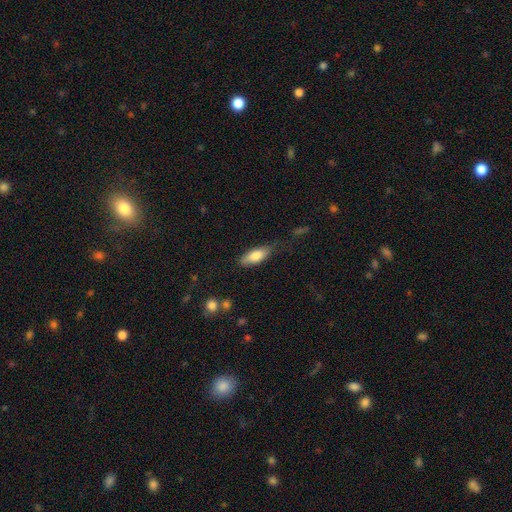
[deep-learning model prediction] This is likely a smooth galaxy (79%). How rounded: likely in between (72%). Merging: likely none (69%).